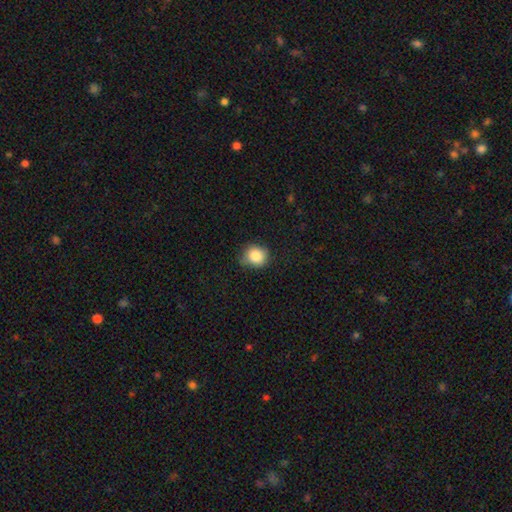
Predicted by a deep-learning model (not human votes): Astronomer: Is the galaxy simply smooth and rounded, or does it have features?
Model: smooth — 84%.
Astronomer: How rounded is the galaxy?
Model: round — 80%.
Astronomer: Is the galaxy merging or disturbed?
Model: none — 70%.